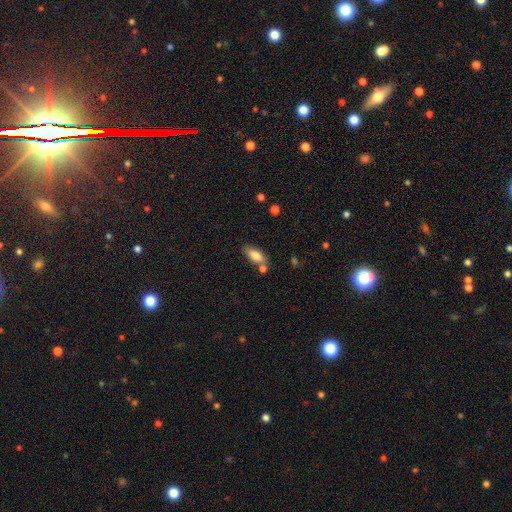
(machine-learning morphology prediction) Smooth or featured: smooth — 79% (featured or disk — 14%)
How rounded: in between — 83% (cigar-shaped — 15%)
Merging: none — 64% (merger — 17%)